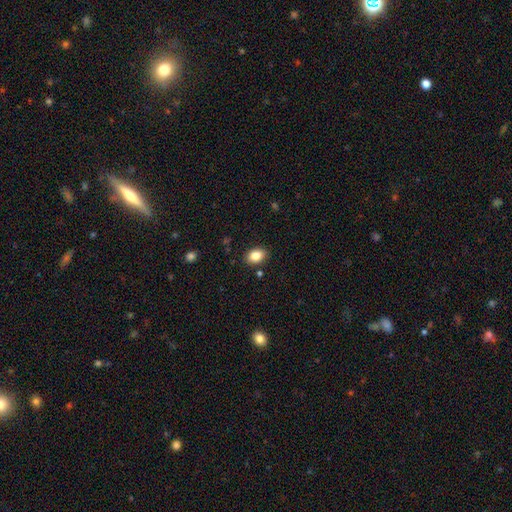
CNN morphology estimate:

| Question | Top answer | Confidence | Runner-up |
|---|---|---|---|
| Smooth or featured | smooth | 84% | star or artifact (9%) |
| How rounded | in between | 77% | round (22%) |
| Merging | none | 86% | minor disturbance (9%) |